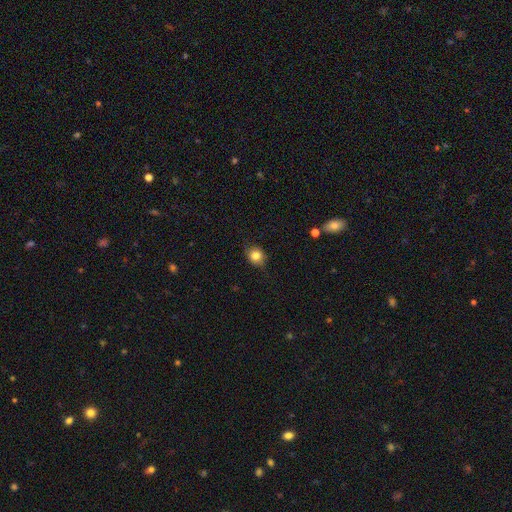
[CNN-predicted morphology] smooth_or_featured: smooth (p=0.80) [alt: star or artifact p=0.10]
how_rounded: round (p=0.61) [alt: in between p=0.38]
merging: none (p=0.79) [alt: minor disturbance p=0.17]